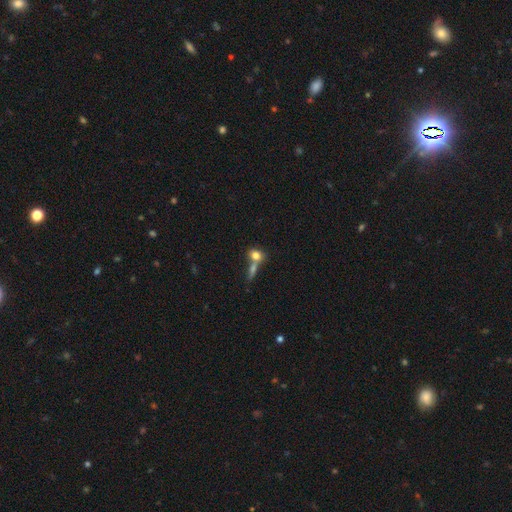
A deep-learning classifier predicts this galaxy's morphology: Smooth or featured?
  - smooth: 77% *
  - featured or disk: 13%
  - star or artifact: 9%
How rounded?
  - in between: 51% *
  - round: 43%
  - cigar-shaped: 6%
Merging?
  - merger: 51% *
  - none: 35%
  - minor disturbance: 9%
  - major disturbance: 5%